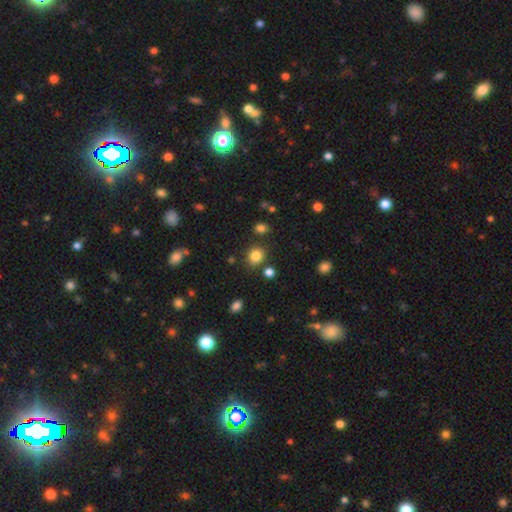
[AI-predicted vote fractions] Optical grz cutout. It shows a smooth galaxy with no disk features (82%) that is round (75%). Merging: none (81%).